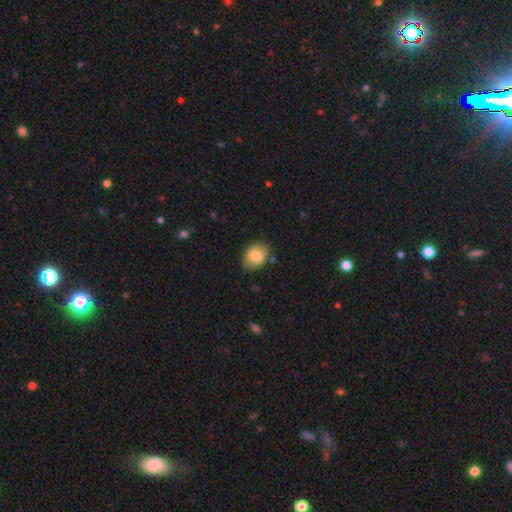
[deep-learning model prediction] Q: Smooth or featured?
A: smooth (82%); runner-up: featured or disk (10%)
Q: How rounded?
A: in between (60%); runner-up: round (39%)
Q: Merging?
A: none (78%); runner-up: minor disturbance (16%)